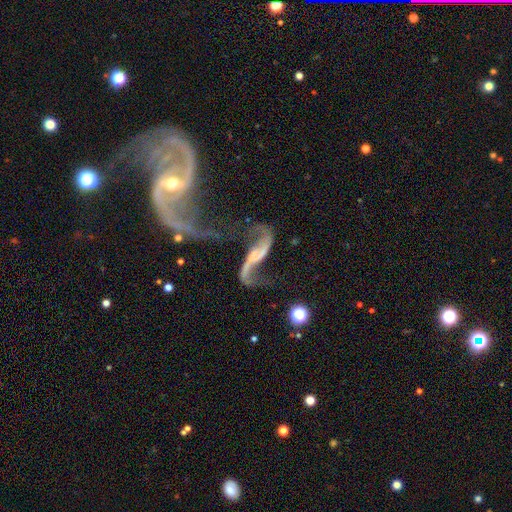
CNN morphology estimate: Overall: featured or disk (88%). Edge-on disk: no (94%). Bar: no (41%; weak 35%). Spiral arms: yes (94%). Spiral arm count: 2 (93%). Spiral winding: loose (91%). Bulge size: none (44%; small 40%). Merging: none (42%; major disturbance 21%).